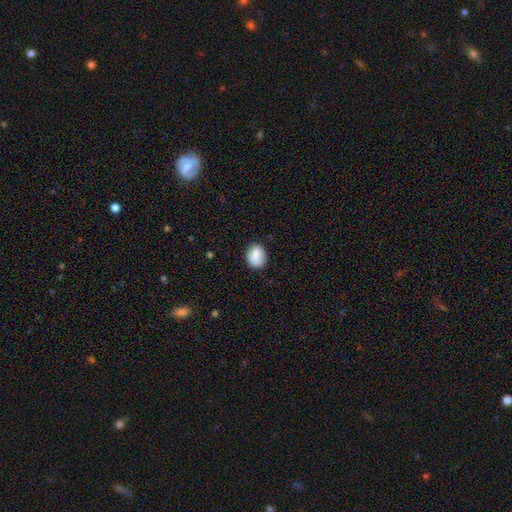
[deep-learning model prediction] Morphology: type=smooth (83%); roundness=round (51%); merging=none (81%).